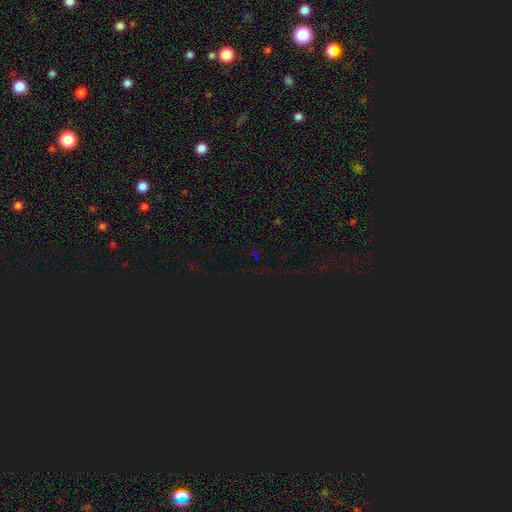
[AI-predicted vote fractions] star or artifact 79%, smooth 14%, featured or disk 7%.